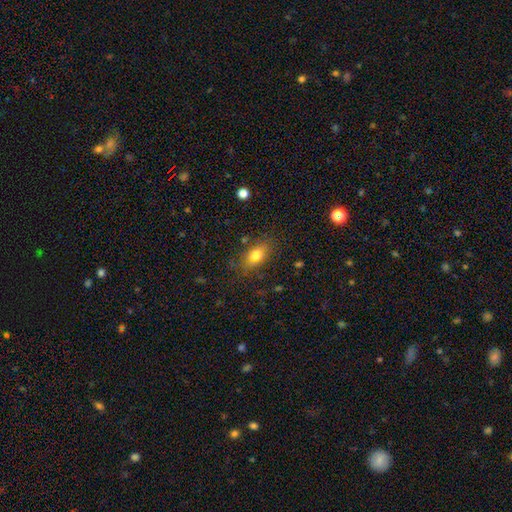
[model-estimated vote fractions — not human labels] smooth-or-featured: smooth: 78% | featured or disk: 12% | star or artifact: 10%
  how-rounded: in between: 80% | round: 15% | cigar-shaped: 4%
  merging: none: 75% | minor disturbance: 17% | major disturbance: 6% | merger: 2%